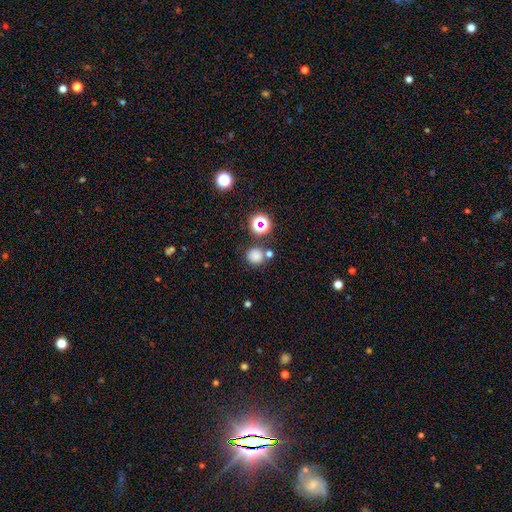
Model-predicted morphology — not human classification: smooth_or_featured: smooth (p=0.75) [alt: star or artifact p=0.20]
how_rounded: round (p=0.92) [alt: in between p=0.07]
merging: none (p=0.74) [alt: merger p=0.14]